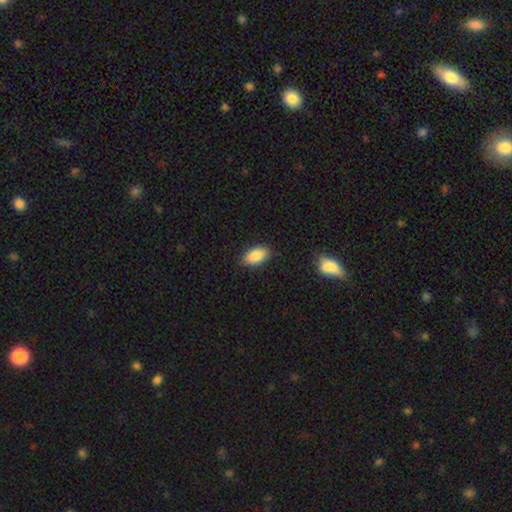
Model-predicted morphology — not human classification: A smooth galaxy with no disk features (87%) that is in between round and cigar-shaped (93%).

Vote fractions:
- Smooth or featured? smooth: 87% / star or artifact: 7% / featured or disk: 6%
- How rounded? in between: 93% / round: 4% / cigar-shaped: 3%
- Merging? none: 86% / minor disturbance: 10% / major disturbance: 2% / merger: 1%